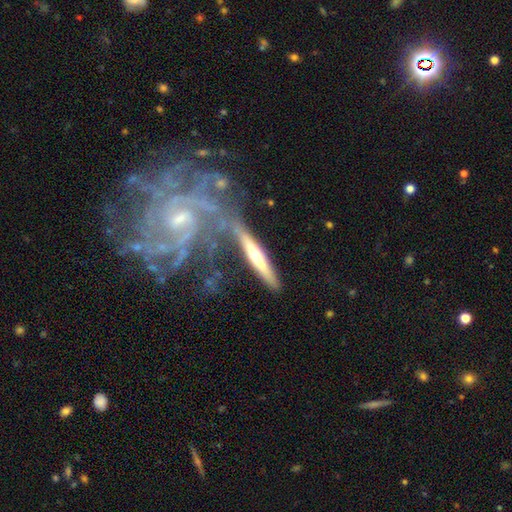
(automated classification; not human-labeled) The model was most divided on "smooth or featured": featured or disk: 59%, smooth: 35%, star or artifact: 6%. More confident: edge-on disk — yes (83%); merging — none (69%).